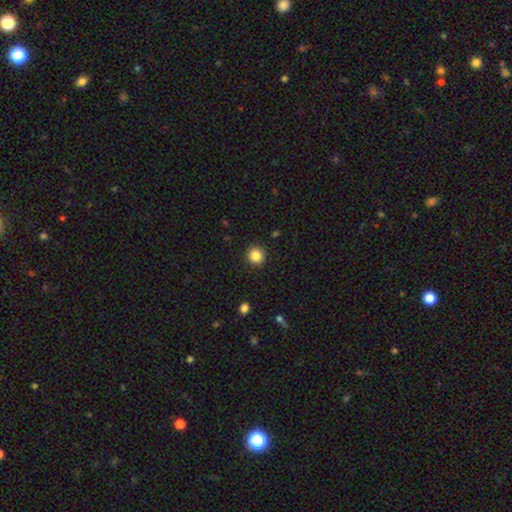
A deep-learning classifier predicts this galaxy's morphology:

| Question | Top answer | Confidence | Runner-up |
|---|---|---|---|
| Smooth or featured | smooth | 86% | star or artifact (10%) |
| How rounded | round | 92% | in between (7%) |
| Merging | none | 92% | minor disturbance (5%) |